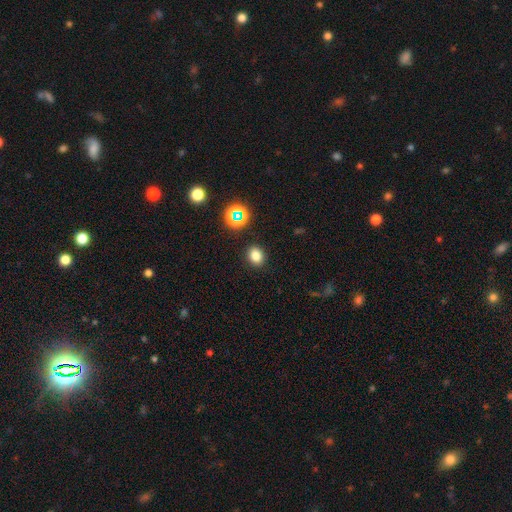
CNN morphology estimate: Smooth or featured: smooth — 79% (star or artifact — 16%)
How rounded: round — 59% (in between — 40%)
Merging: none — 89% (minor disturbance — 7%)